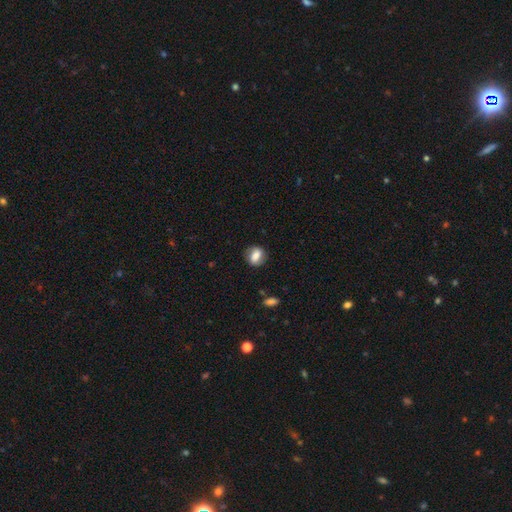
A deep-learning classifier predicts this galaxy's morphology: This is likely a smooth galaxy (71%). How rounded: possibly in between (53%). Merging: likely none (79%).